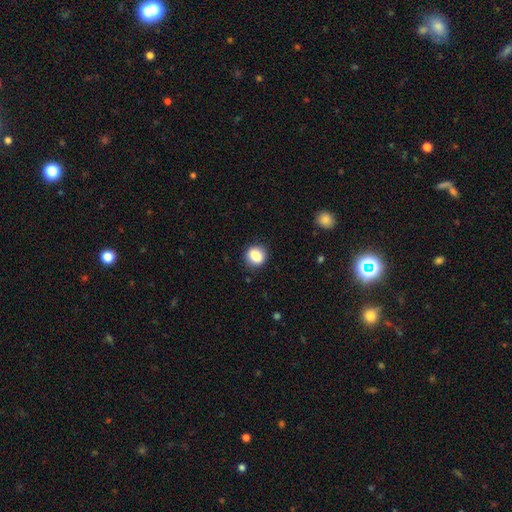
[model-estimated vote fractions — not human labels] Smooth or featured? Predicted: smooth (p=0.84). How rounded? Predicted: round (p=0.66). Merging? Predicted: none (p=0.87).